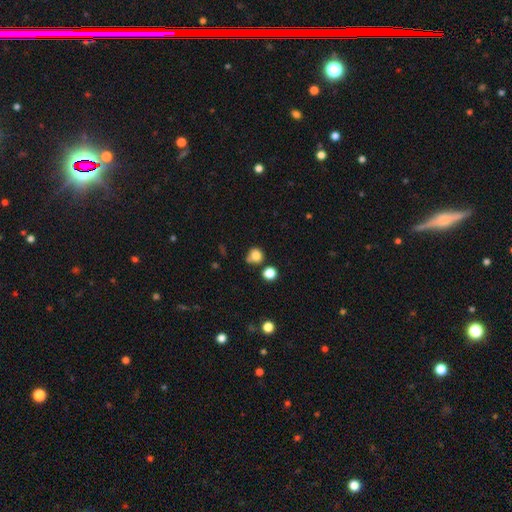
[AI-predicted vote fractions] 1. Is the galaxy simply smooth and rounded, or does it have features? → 82% smooth, 12% star or artifact, 7% featured or disk.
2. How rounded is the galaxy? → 82% round, 17% in between, 1% cigar-shaped.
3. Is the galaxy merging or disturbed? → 58% none, 21% minor disturbance, 14% merger, 7% major disturbance.